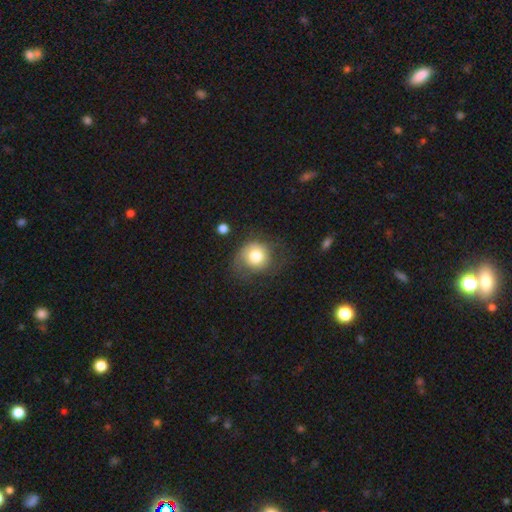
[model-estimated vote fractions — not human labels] Smooth or featured? smooth (73%)
How rounded? round (83%)
Merging? none (53%)